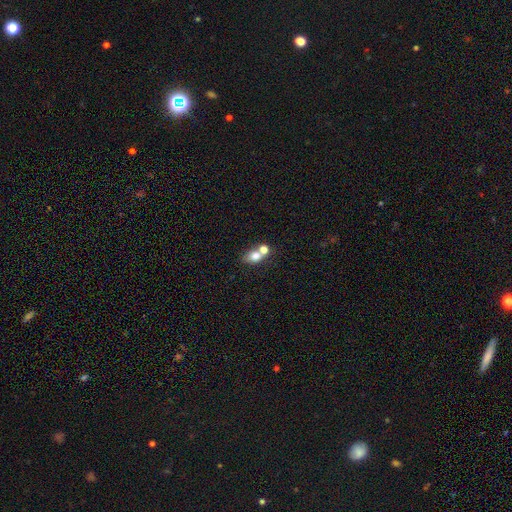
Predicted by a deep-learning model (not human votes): smooth-or-featured: smooth: 75% | featured or disk: 14% | star or artifact: 11%
  how-rounded: in between: 62% | round: 35% | cigar-shaped: 2%
  merging: merger: 50% | none: 37% | minor disturbance: 9% | major disturbance: 4%